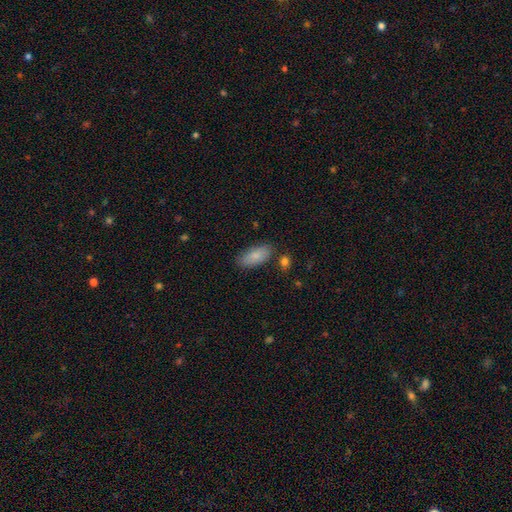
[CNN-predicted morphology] A smooth galaxy with no disk features (85%) that is in between round and cigar-shaped (88%). Merging: none (80%).